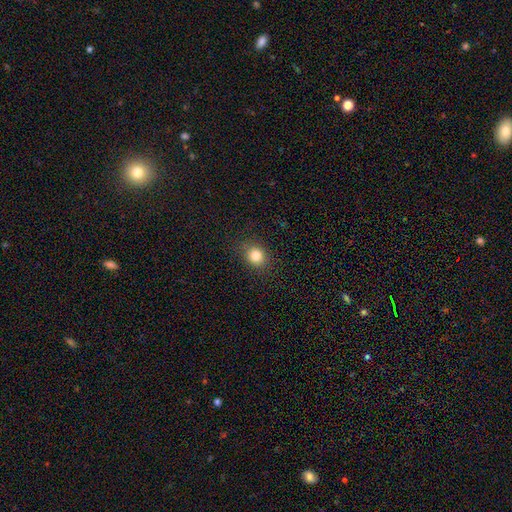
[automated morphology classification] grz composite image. It shows a smooth galaxy with no disk features (83%) that is round (77%). Merging: none (87%).